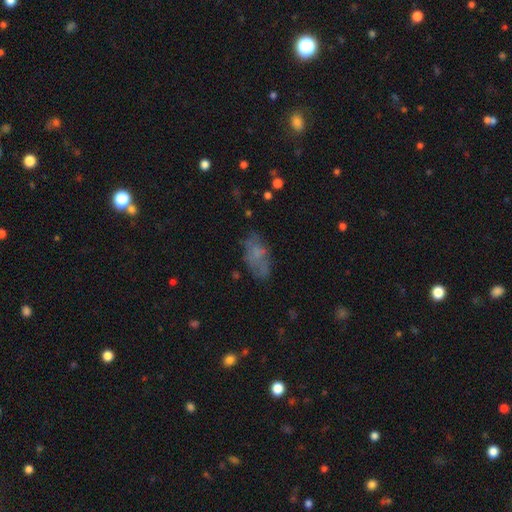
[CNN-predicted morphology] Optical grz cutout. It shows a smooth galaxy with no disk features (51%) that is in between round and cigar-shaped (87%). Merging: none (62%).